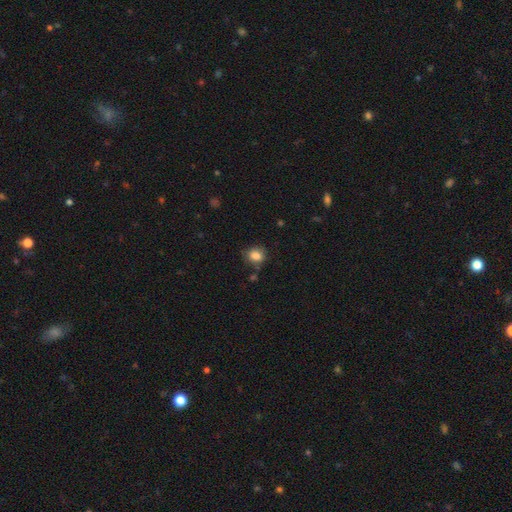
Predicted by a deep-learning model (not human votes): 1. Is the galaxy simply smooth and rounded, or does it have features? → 84% smooth, 10% star or artifact, 6% featured or disk.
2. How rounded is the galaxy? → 64% round, 35% in between, 1% cigar-shaped.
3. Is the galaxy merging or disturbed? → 77% none, 15% minor disturbance, 4% merger, 4% major disturbance.